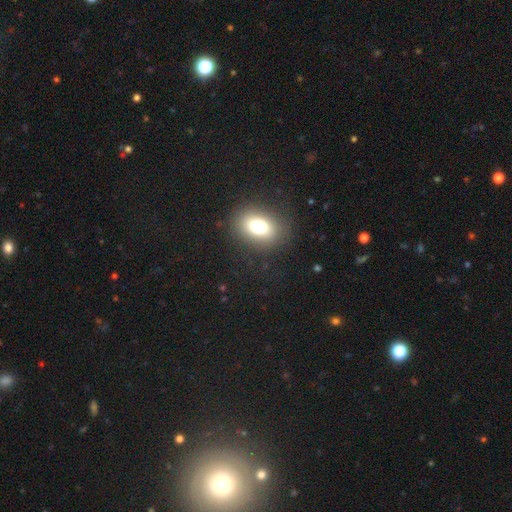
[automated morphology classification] A smooth galaxy with no disk features (65%) that is in between round and cigar-shaped (69%).

Vote fractions:
- Smooth or featured? smooth: 65% / star or artifact: 23% / featured or disk: 12%
- How rounded? in between: 69% / round: 28% / cigar-shaped: 3%
- Merging? none: 89% / minor disturbance: 7% / major disturbance: 2% / merger: 2%